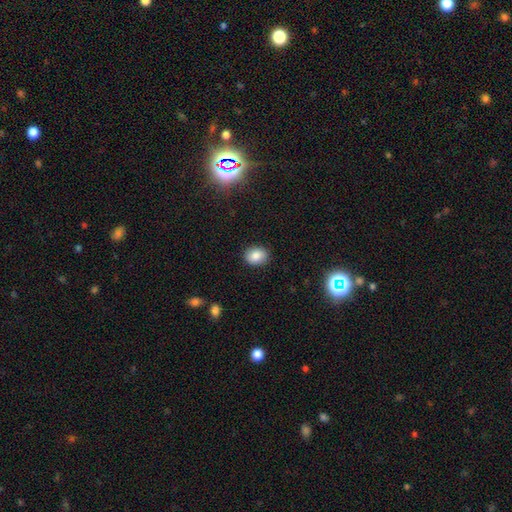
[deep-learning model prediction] The model was most divided on "how rounded": in between: 57%, round: 42%, cigar-shaped: 1%. More confident: merging — none (88%); smooth or featured — smooth (84%).